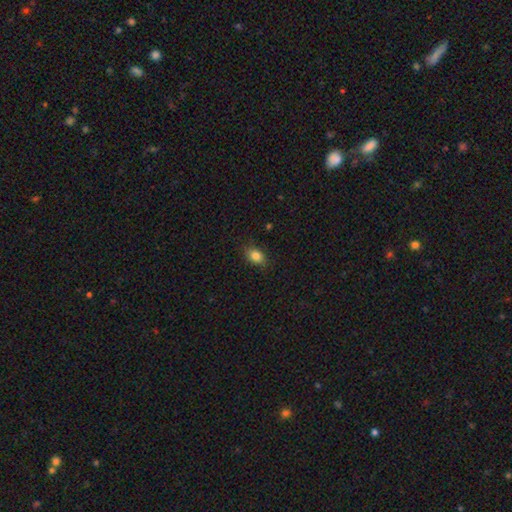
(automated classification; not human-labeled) A smooth galaxy with no disk features (83%) that is in between round and cigar-shaped (79%). Merging: none (84%).